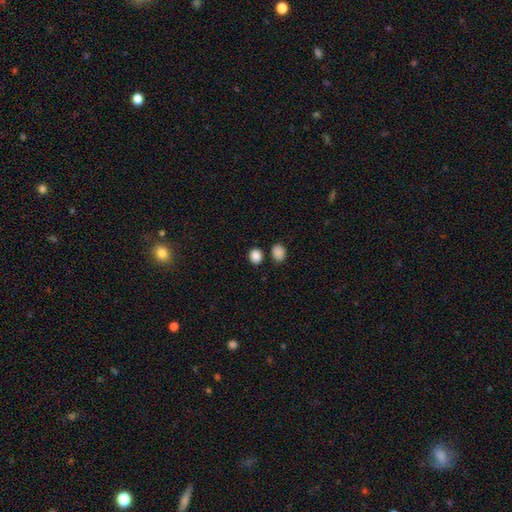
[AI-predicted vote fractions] This appears to be a smooth galaxy with no disk features (87%) that is round (65%). Merging: none (80%).